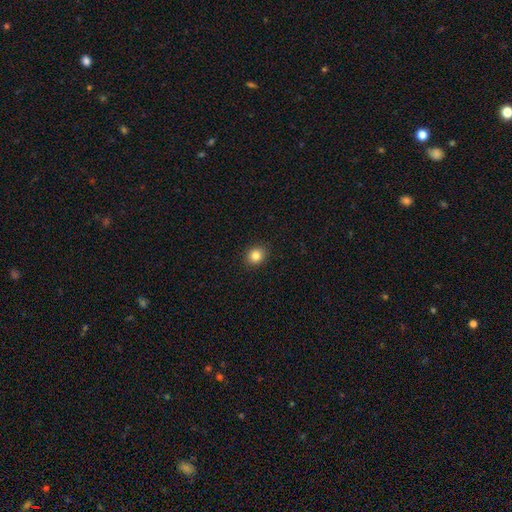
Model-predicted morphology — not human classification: type=smooth (84%); roundness=round (70%); merging=none (91%).